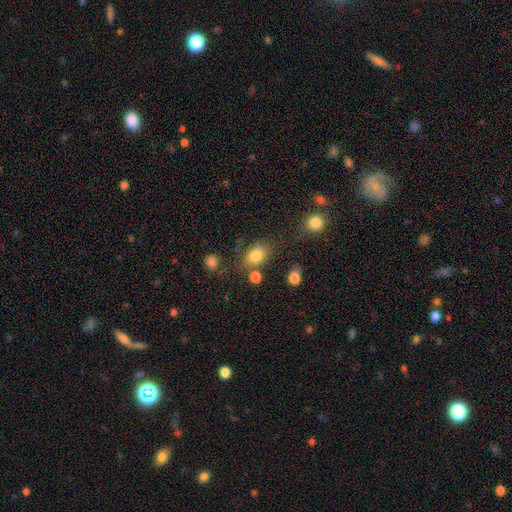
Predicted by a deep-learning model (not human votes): smooth-or-featured: smooth: 80% | star or artifact: 12% | featured or disk: 9%
  how-rounded: in between: 66% | round: 32% | cigar-shaped: 2%
  merging: none: 61% | minor disturbance: 20% | merger: 11% | major disturbance: 8%